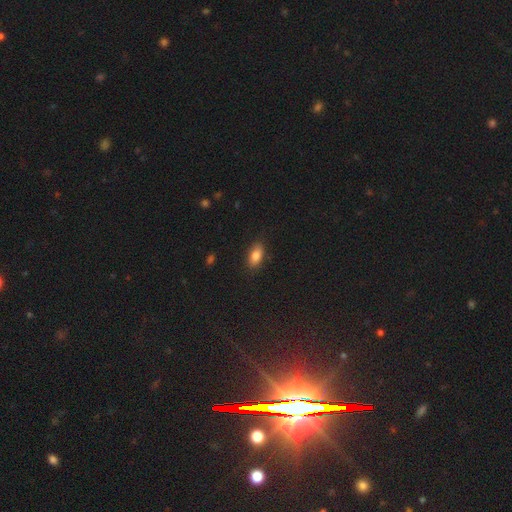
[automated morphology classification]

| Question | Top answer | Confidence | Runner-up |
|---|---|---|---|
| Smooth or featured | smooth | 83% | star or artifact (9%) |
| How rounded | in between | 89% | round (6%) |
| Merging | none | 85% | minor disturbance (11%) |